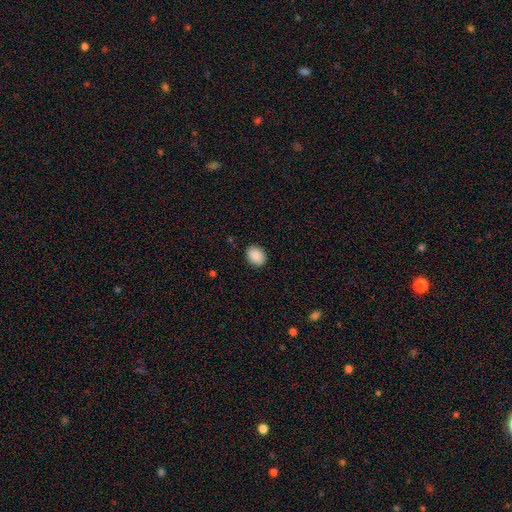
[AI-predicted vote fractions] Smooth or featured? smooth (90%)
How rounded? in between (66%)
Merging? none (87%)